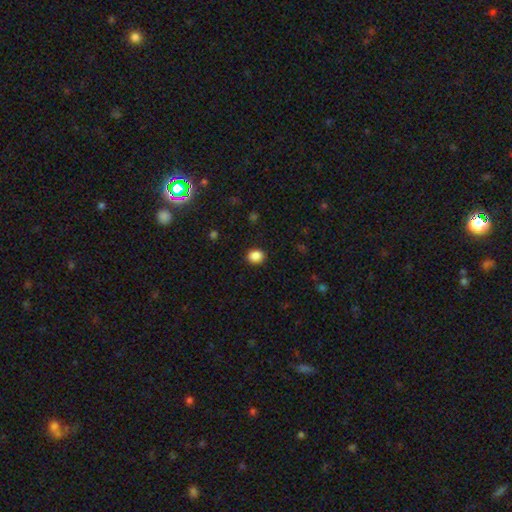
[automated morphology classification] The model was most divided on "how rounded": round: 53%, in between: 46%, cigar-shaped: 1%. More confident: merging — none (90%); smooth or featured — smooth (87%).